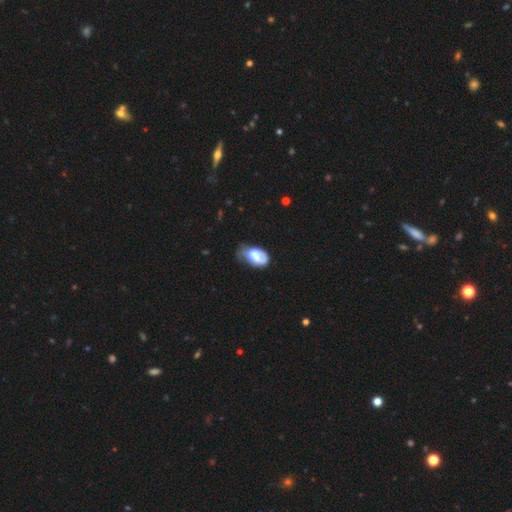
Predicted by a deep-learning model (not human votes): Smooth or featured?
  - smooth: 60% *
  - featured or disk: 32%
  - star or artifact: 8%
How rounded?
  - in between: 88% *
  - round: 10%
  - cigar-shaped: 2%
Merging?
  - minor disturbance: 38% *
  - major disturbance: 34%
  - none: 23%
  - merger: 5%